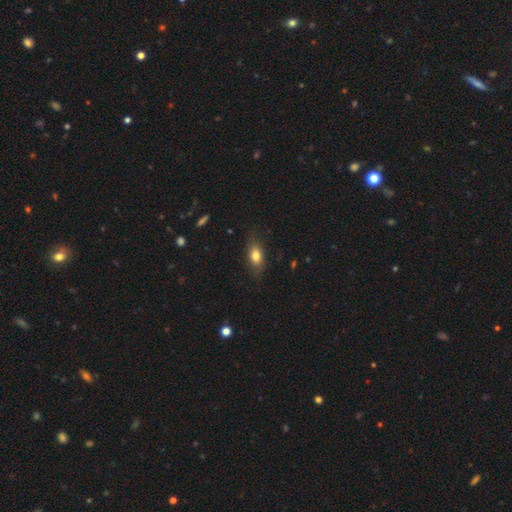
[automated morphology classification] A smooth galaxy with no disk features (77%) that is in between round and cigar-shaped (81%).

Vote fractions:
- Smooth or featured? smooth: 77% / featured or disk: 15% / star or artifact: 8%
- How rounded? in between: 81% / cigar-shaped: 11% / round: 9%
- Merging? none: 77% / minor disturbance: 17% / major disturbance: 5% / merger: 1%